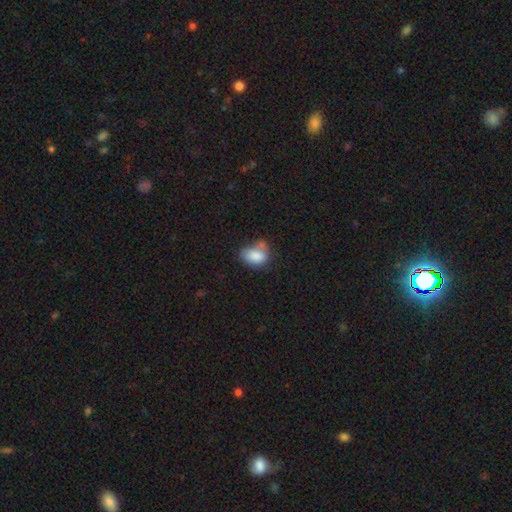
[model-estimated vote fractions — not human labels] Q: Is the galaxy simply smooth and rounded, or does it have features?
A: smooth — 83%.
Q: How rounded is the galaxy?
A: in between — 77%.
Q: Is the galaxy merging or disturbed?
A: none — 40%.